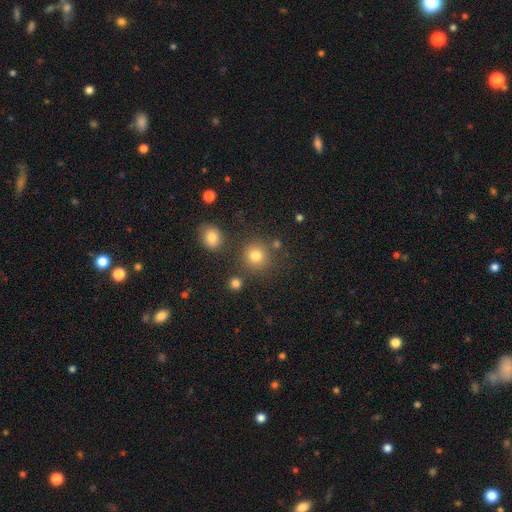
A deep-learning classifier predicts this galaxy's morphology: A smooth galaxy with no disk features (79%) that is round (91%). Merging: none (82%).